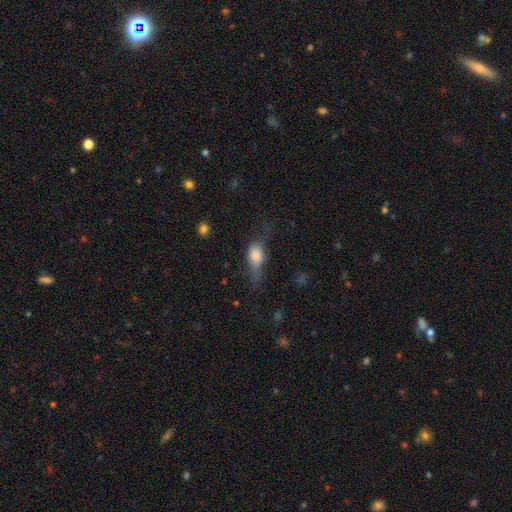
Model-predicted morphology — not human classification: Smooth or featured?
  - smooth: 70% *
  - featured or disk: 21%
  - star or artifact: 9%
How rounded?
  - in between: 75% *
  - round: 14%
  - cigar-shaped: 11%
Merging?
  - none: 33% *
  - minor disturbance: 32%
  - major disturbance: 31%
  - merger: 3%